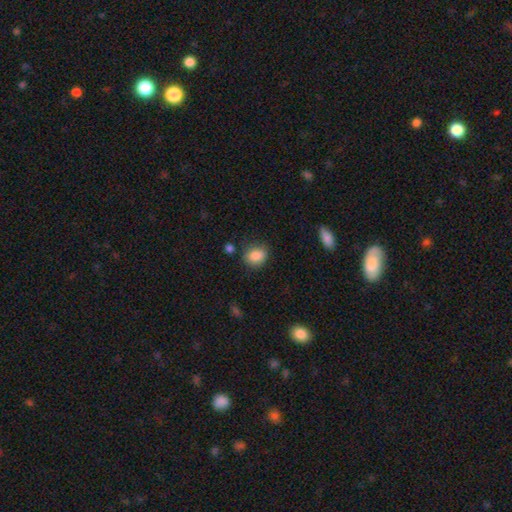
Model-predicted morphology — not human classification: type=smooth (87%); roundness=in between (53%); merging=none (76%).